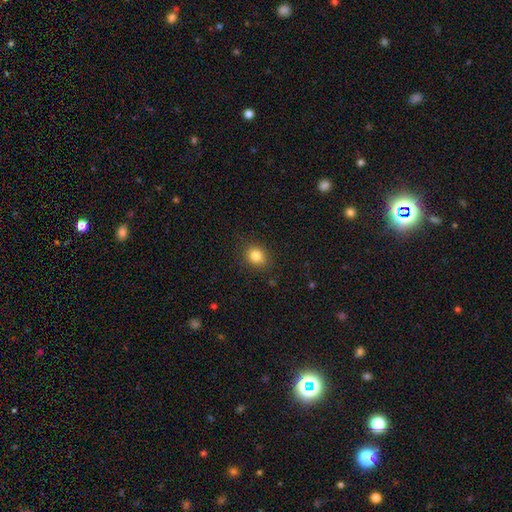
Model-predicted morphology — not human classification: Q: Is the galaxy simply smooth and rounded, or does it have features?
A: smooth — 82%.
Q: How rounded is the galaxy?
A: round — 66%.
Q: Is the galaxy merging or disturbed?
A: none — 86%.